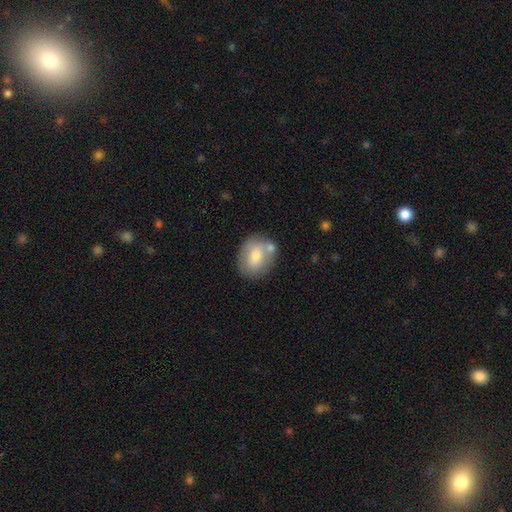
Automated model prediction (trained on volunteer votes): Smooth or featured: smooth — 69% (featured or disk — 24%)
How rounded: in between — 57% (round — 41%)
Merging: none — 58% (minor disturbance — 18%)